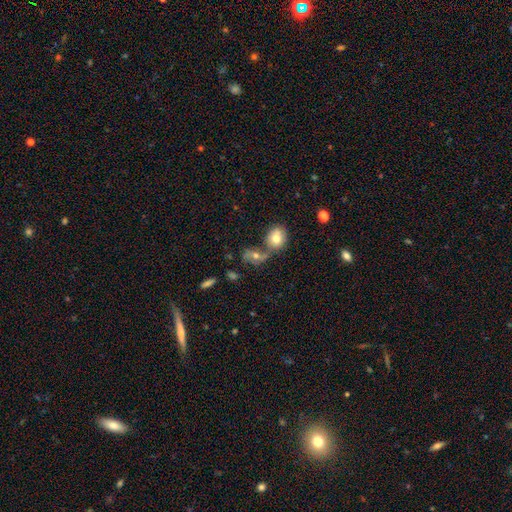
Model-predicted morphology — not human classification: Overall: smooth (54%; featured or disk 32%). How rounded: in between (56%; round 40%). Merging: merger (44%; none 35%).